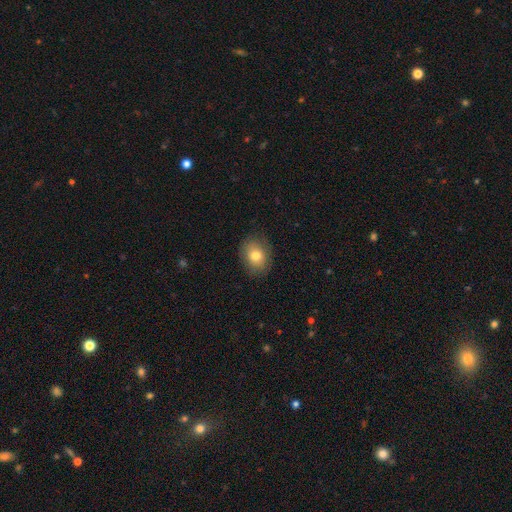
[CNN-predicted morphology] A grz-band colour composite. It shows a smooth galaxy with no disk features (78%) that is in between round and cigar-shaped (51%). Merging: none (85%).